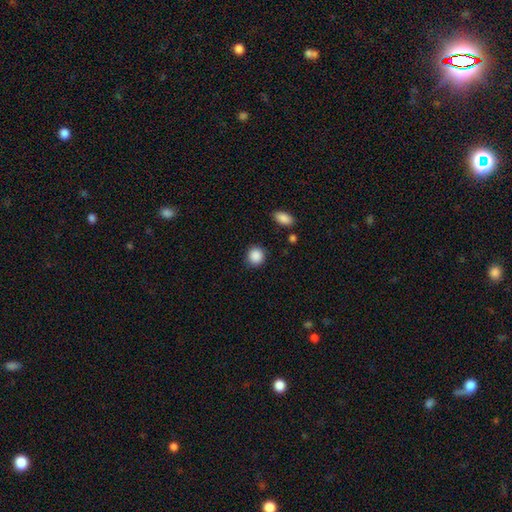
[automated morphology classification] Overall: smooth (89%). How rounded: round (87%). Merging: none (88%).